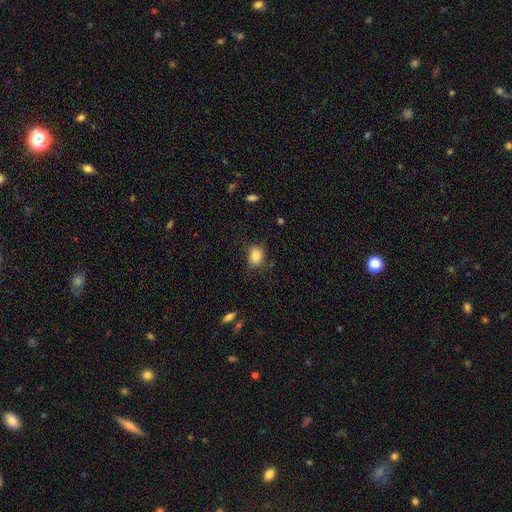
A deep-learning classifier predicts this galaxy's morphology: Overall: smooth (87%). How rounded: in between (70%). Merging: none (77%).